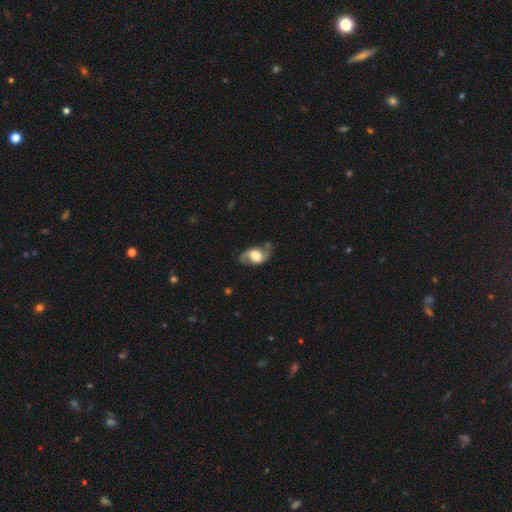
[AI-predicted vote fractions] Smooth or featured?
  - featured or disk: 74% *
  - smooth: 19%
  - star or artifact: 6%
Edge-on disk?
  - no: 96% *
  - yes: 4%
Bar?
  - no: 49% *
  - weak: 38%
  - strong: 14%
Spiral arms?
  - yes: 90% *
  - no: 10%
Spiral winding?
  - loose: 50% *
  - medium: 38%
  - tight: 11%
Spiral arm count?
  - 2: 91% *
  - can't tell: 3%
  - 1: 3%
  - 3: 1%
  - 4: 1%
  - more than 4: 1%
Bulge size?
  - large: 51% *
  - moderate: 26%
  - dominant: 10%
  - small: 8%
  - none: 5%
Merging?
  - none: 72% *
  - minor disturbance: 18%
  - major disturbance: 8%
  - merger: 2%